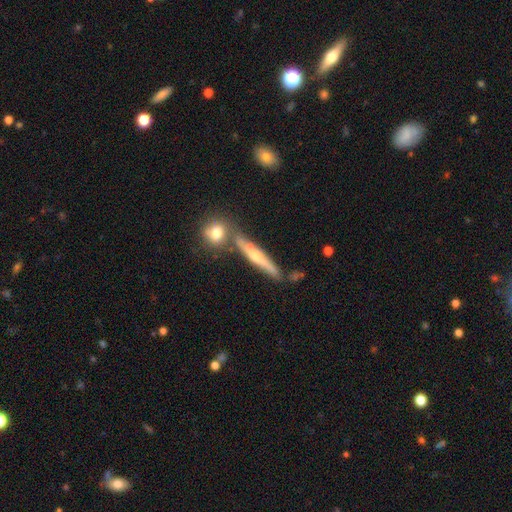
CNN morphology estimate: Q: Smooth or featured?
A: featured or disk (59%); runner-up: smooth (34%)
Q: Edge-on disk?
A: yes (89%); runner-up: no (11%)
Q: Edge-on bulge?
A: rounded (78%); runner-up: none (18%)
Q: Merging?
A: none (68%); runner-up: merger (16%)